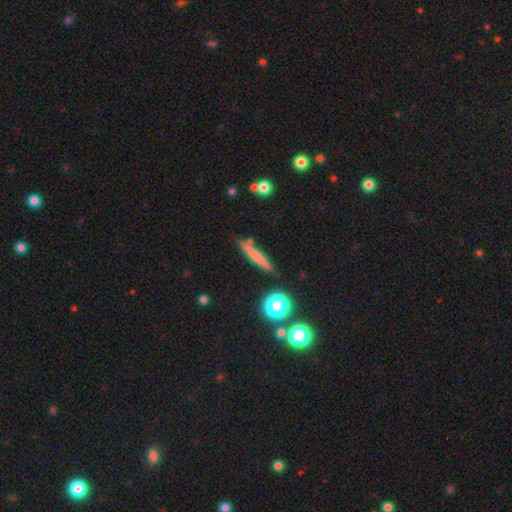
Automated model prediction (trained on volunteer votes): The model was most divided on "smooth or featured": smooth: 65%, featured or disk: 25%, star or artifact: 10%. More confident: how rounded — cigar-shaped (91%); merging — none (83%).